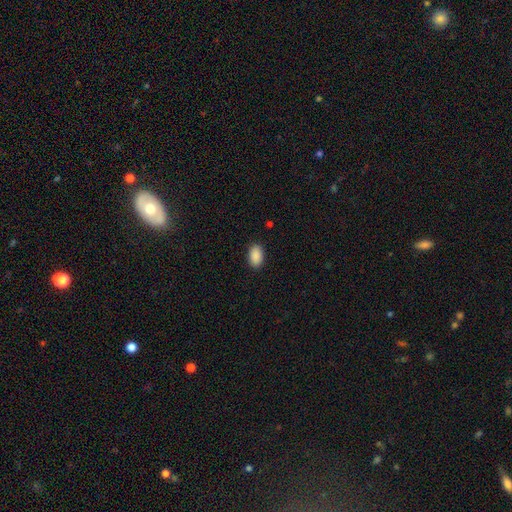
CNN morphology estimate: smooth 91%, star or artifact 7%, featured or disk 2%. Down the decision tree: how rounded — in between (93%); merging — none (90%).